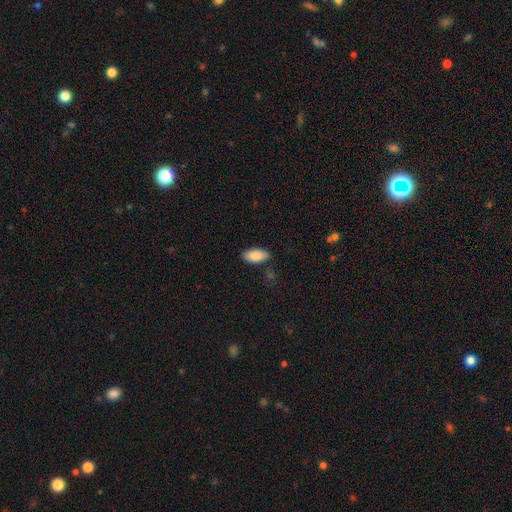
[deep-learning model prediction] smooth 86%, featured or disk 7%, star or artifact 7%. Down the decision tree: how rounded — in between (91%); merging — none (84%).